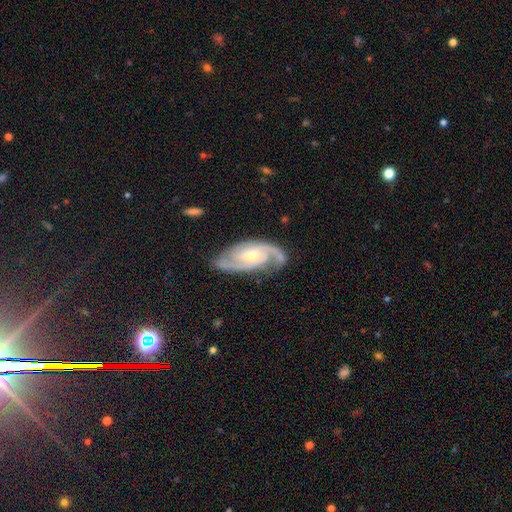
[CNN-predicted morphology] Q: Smooth or featured?
A: featured or disk (89%); runner-up: smooth (5%)
Q: Edge-on disk?
A: no (95%); runner-up: yes (5%)
Q: Bar?
A: no (56%); runner-up: weak (34%)
Q: Spiral arms?
A: yes (98%); runner-up: no (2%)
Q: Spiral winding?
A: medium (46%); runner-up: tight (45%)
Q: Spiral arm count?
A: 2 (81%); runner-up: 3 (9%)
Q: Bulge size?
A: small (56%); runner-up: moderate (40%)
Q: Merging?
A: none (77%); runner-up: minor disturbance (17%)